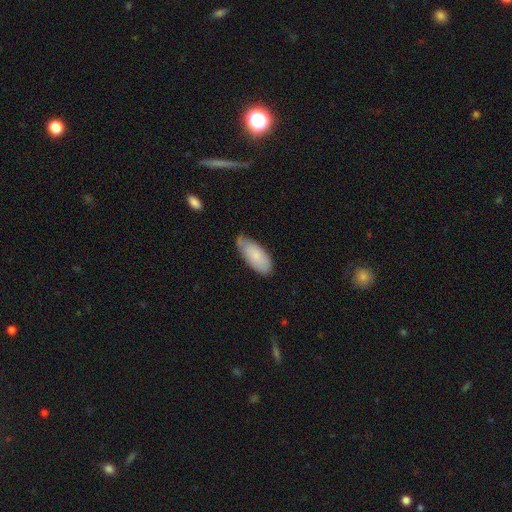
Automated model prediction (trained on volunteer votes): Overall: smooth (81%). How rounded: in between (87%). Merging: none (60%; minor disturbance 33%).